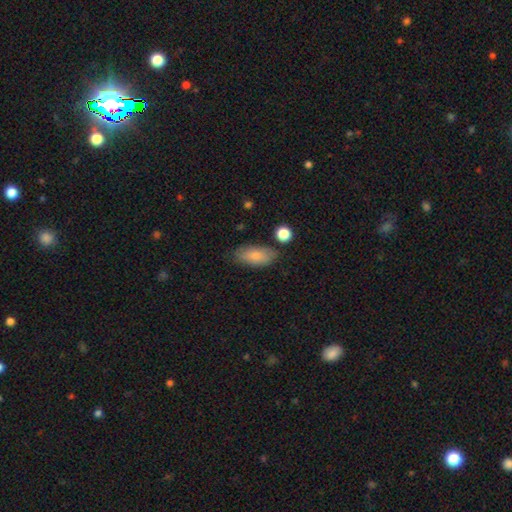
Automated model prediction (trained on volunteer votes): Smooth or featured? smooth (80%)
How rounded? in between (88%)
Merging? none (74%)